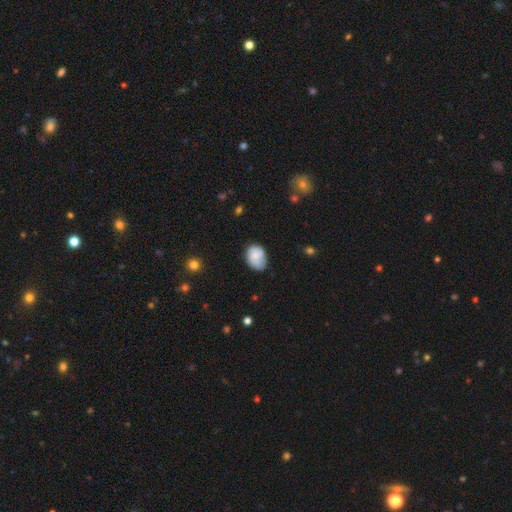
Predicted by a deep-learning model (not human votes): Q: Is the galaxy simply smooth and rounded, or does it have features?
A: smooth — 72%.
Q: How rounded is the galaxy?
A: in between — 68%.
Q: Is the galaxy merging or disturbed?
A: none — 53%.